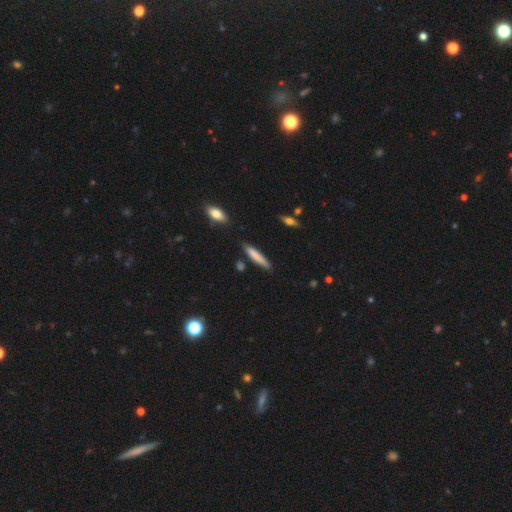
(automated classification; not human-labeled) Smooth or featured? smooth (78%)
How rounded? cigar-shaped (91%)
Merging? none (84%)